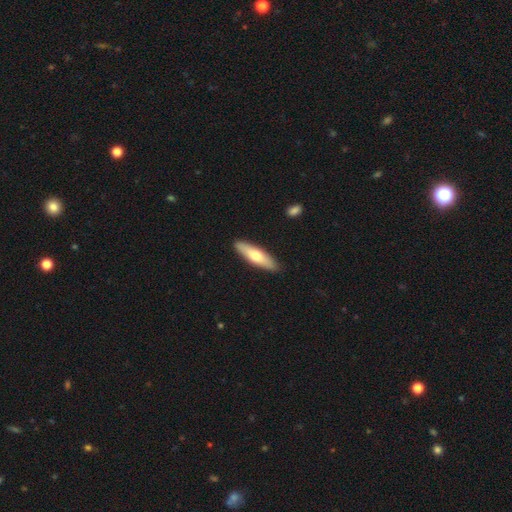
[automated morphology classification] smooth_or_featured: smooth (p=0.60) [alt: featured or disk p=0.35]
how_rounded: cigar-shaped (p=0.65) [alt: in between p=0.33]
merging: none (p=0.90) [alt: minor disturbance p=0.08]